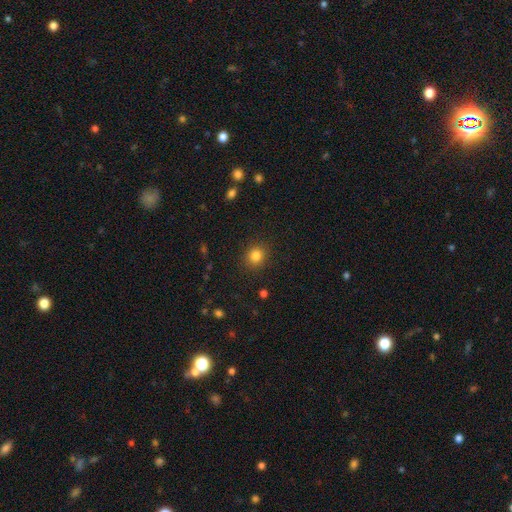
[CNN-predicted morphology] smooth-or-featured: smooth: 83% | star or artifact: 12% | featured or disk: 5%
  how-rounded: round: 82% | in between: 17% | cigar-shaped: 1%
  merging: none: 89% | minor disturbance: 7% | major disturbance: 3% | merger: 1%